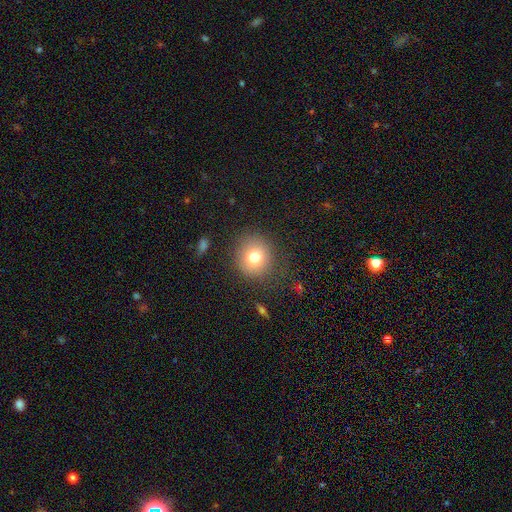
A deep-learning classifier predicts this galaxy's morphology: Overall: smooth (77%). How rounded: round (86%). Merging: none (82%).